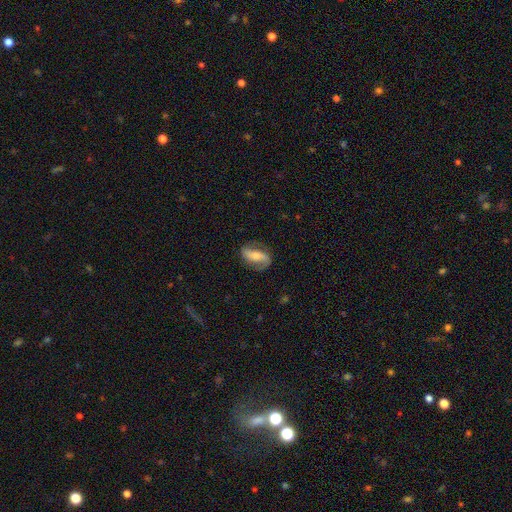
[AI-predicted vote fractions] Overall: featured or disk (76%). Edge-on disk: no (95%). Bar: strong (43%; weak 31%). Spiral arms: yes (93%). Spiral arm count: 2 (88%). Spiral winding: loose (43%; medium 39%). Bulge size: moderate (43%; small 38%). Merging: none (78%).